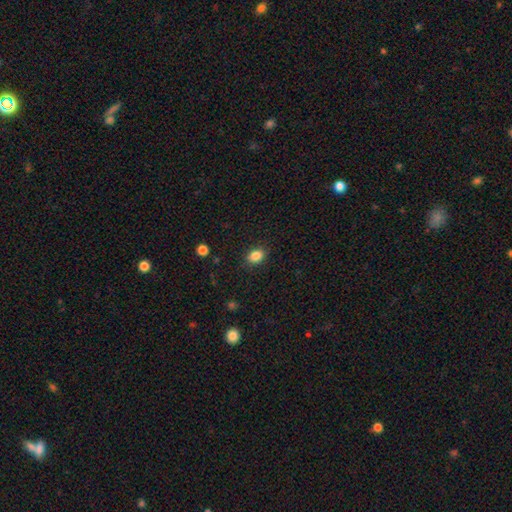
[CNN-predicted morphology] Overall: smooth (86%). How rounded: in between (75%). Merging: none (87%).